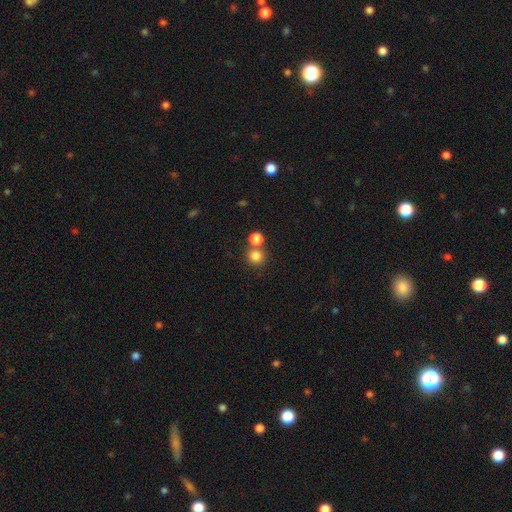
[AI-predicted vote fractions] Q: Smooth or featured?
A: smooth (81%); runner-up: star or artifact (13%)
Q: How rounded?
A: round (91%); runner-up: in between (8%)
Q: Merging?
A: none (64%); runner-up: merger (26%)